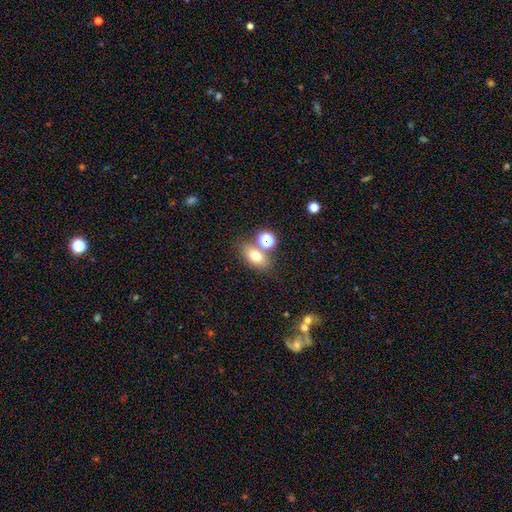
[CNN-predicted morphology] smooth-or-featured: smooth: 71% | star or artifact: 15% | featured or disk: 14%
  how-rounded: in between: 72% | round: 24% | cigar-shaped: 4%
  merging: none: 65% | merger: 20% | minor disturbance: 11% | major disturbance: 4%